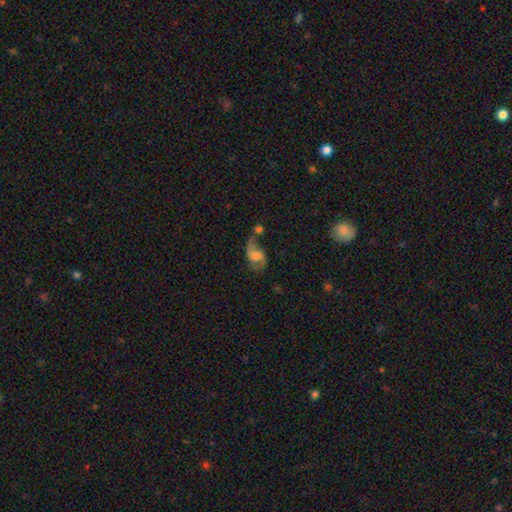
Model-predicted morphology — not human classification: This is likely a featured or disk galaxy (69%). It is clearly not viewed edge-on (97%). Bar: possibly no (53%). Spiral arm pattern: clearly yes (90%). Spiral arm count: clearly 2 (83%). Spiral winding: likely loose (70%). Central bulge: possibly moderate (50%). Merging: marginally none (36%).